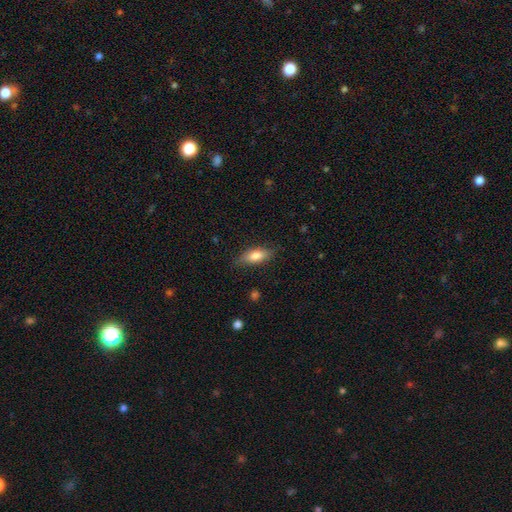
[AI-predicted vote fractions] This appears to be a smooth galaxy with no disk features (78%) that is in between round and cigar-shaped (74%). Merging: none (81%).